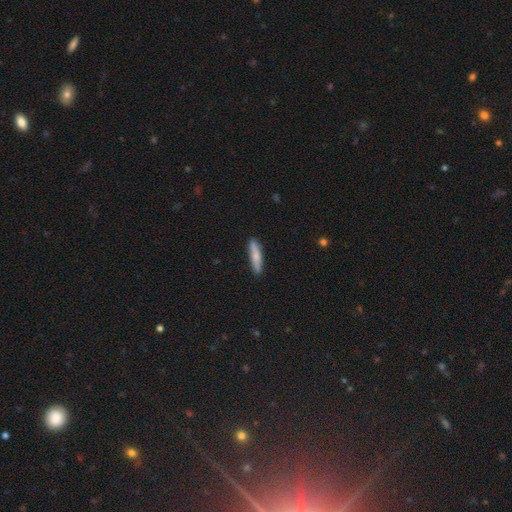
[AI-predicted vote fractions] This appears to be a smooth galaxy with no disk features (77%) that is cigar-shaped (83%). Merging: none (88%).